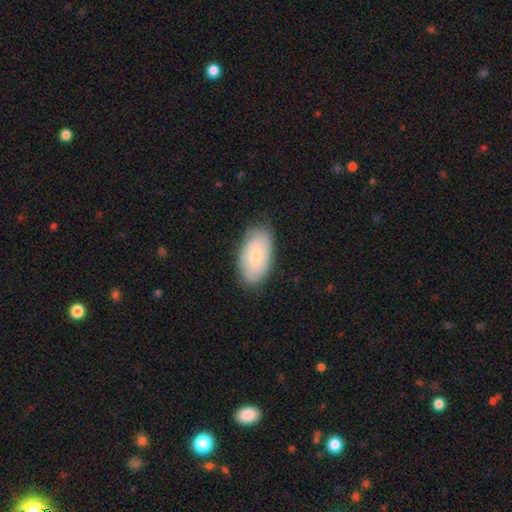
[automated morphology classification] The model was most divided on "smooth or featured": smooth: 58%, featured or disk: 36%, star or artifact: 6%. More confident: how rounded — in between (94%); merging — none (79%).